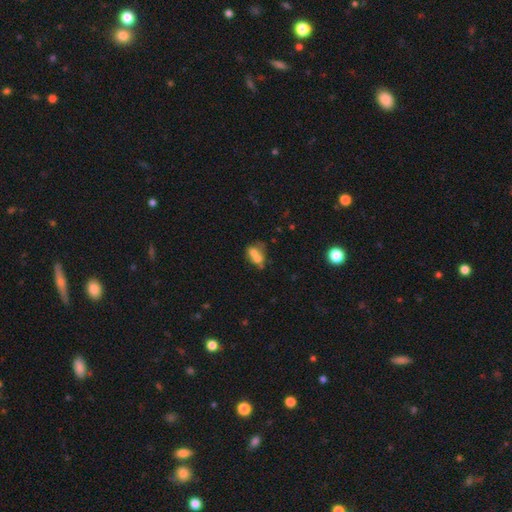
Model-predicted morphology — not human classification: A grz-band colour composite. It shows a smooth galaxy with no disk features (60%) that is round (51%). Merging: merger (67%).